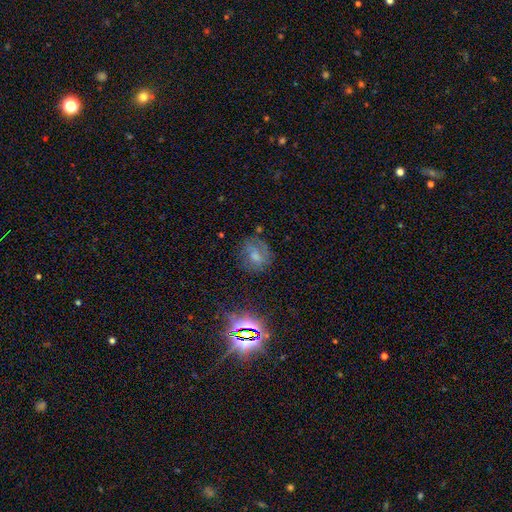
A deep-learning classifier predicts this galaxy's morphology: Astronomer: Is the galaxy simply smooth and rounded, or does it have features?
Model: smooth — 48% (runner-up: featured or disk, 33%).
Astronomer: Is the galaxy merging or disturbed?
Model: none — 63%.